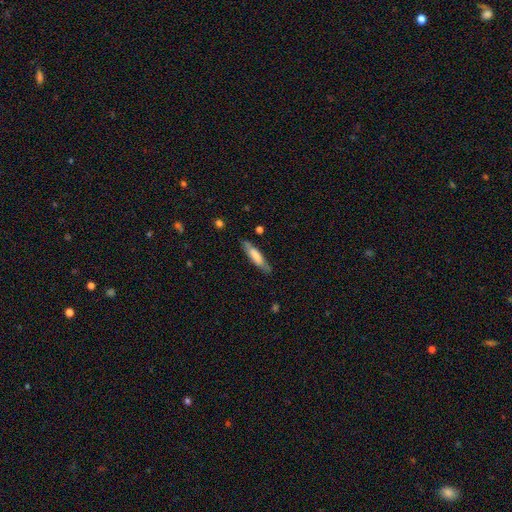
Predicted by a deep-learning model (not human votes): smooth-or-featured: smooth: 63% | featured or disk: 31% | star or artifact: 6%
  how-rounded: cigar-shaped: 77% | in between: 22% | round: 1%
  merging: none: 80% | minor disturbance: 15% | major disturbance: 3% | merger: 2%